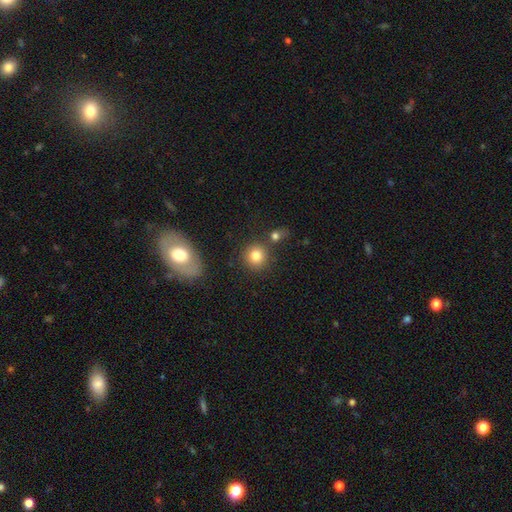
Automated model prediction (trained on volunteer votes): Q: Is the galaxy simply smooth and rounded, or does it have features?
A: smooth — 81%.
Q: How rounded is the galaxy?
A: round — 89%.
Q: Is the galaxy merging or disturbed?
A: none — 77%.